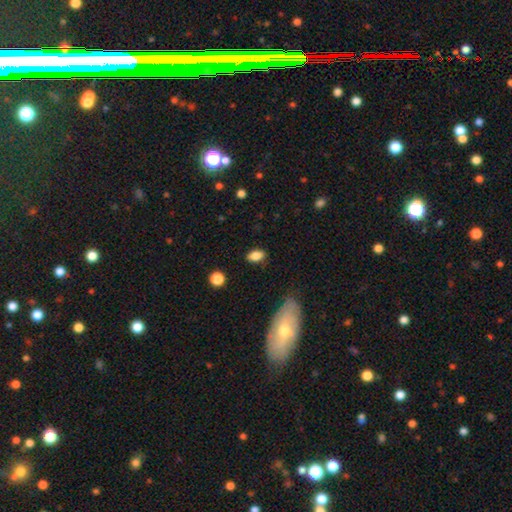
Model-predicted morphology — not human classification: A smooth galaxy with no disk features (84%) that is in between round and cigar-shaped (88%).

Vote fractions:
- Smooth or featured? smooth: 84% / star or artifact: 9% / featured or disk: 7%
- How rounded? in between: 88% / round: 8% / cigar-shaped: 3%
- Merging? none: 84% / minor disturbance: 11% / major disturbance: 3% / merger: 2%